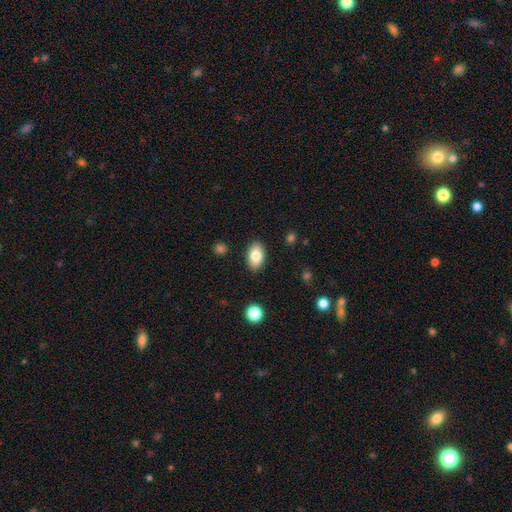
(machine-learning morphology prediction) Smooth or featured?
  - smooth: 82% *
  - featured or disk: 11%
  - star or artifact: 7%
How rounded?
  - in between: 92% *
  - round: 6%
  - cigar-shaped: 2%
Merging?
  - none: 88% *
  - minor disturbance: 8%
  - major disturbance: 2%
  - merger: 1%